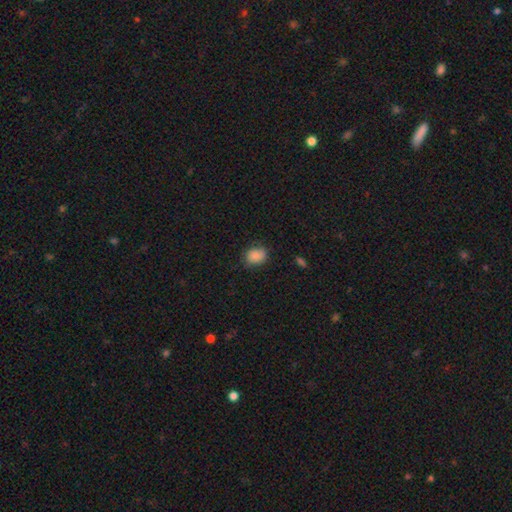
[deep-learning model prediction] Smooth or featured? smooth (87%)
How rounded? in between (62%)
Merging? none (74%)